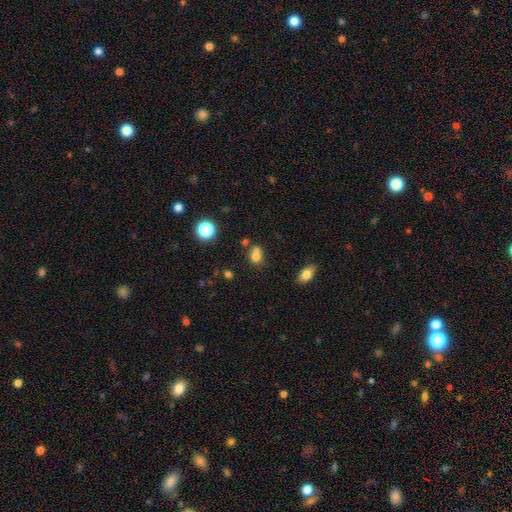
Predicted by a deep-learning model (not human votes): Smooth or featured: smooth — 73% (star or artifact — 14%)
How rounded: round — 64% (in between — 35%)
Merging: merger — 46% (none — 39%)